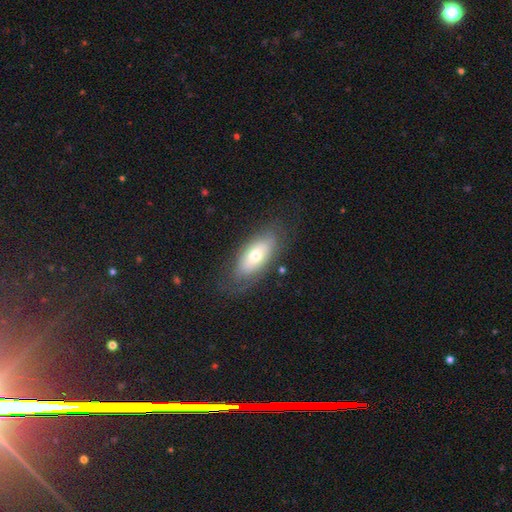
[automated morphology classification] Overall: smooth (55%; featured or disk 38%). How rounded: in between (85%). Merging: none (72%).